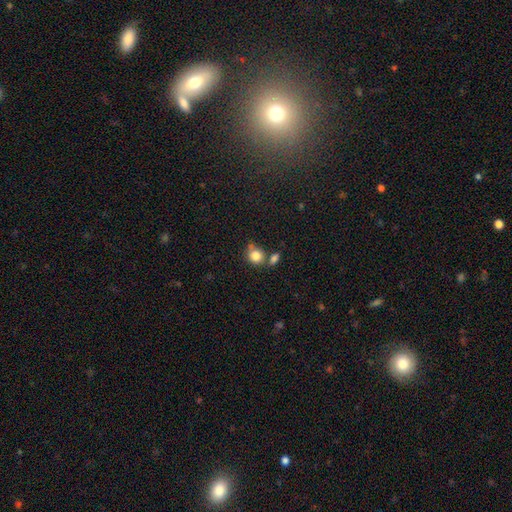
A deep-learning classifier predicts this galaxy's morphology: A smooth galaxy with no disk features (82%) that is round (76%). Merging: none (54%).